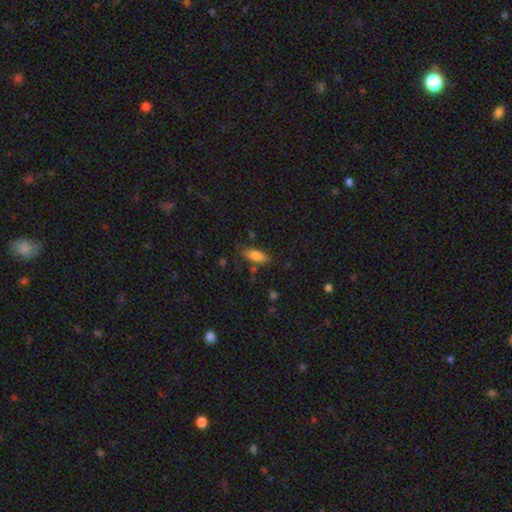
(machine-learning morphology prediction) Q: Smooth or featured?
A: smooth (80%); runner-up: featured or disk (12%)
Q: How rounded?
A: in between (71%); runner-up: cigar-shaped (26%)
Q: Merging?
A: none (74%); runner-up: minor disturbance (17%)